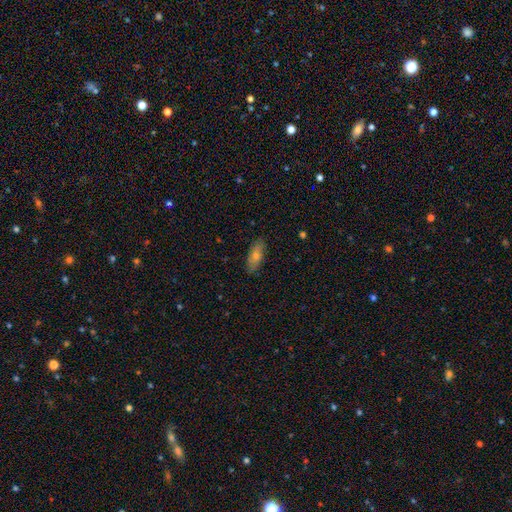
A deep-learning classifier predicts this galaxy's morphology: smooth_or_featured: smooth (p=0.62) [alt: featured or disk p=0.28]
how_rounded: in between (p=0.68) [alt: cigar-shaped p=0.29]
merging: none (p=0.86) [alt: minor disturbance p=0.11]